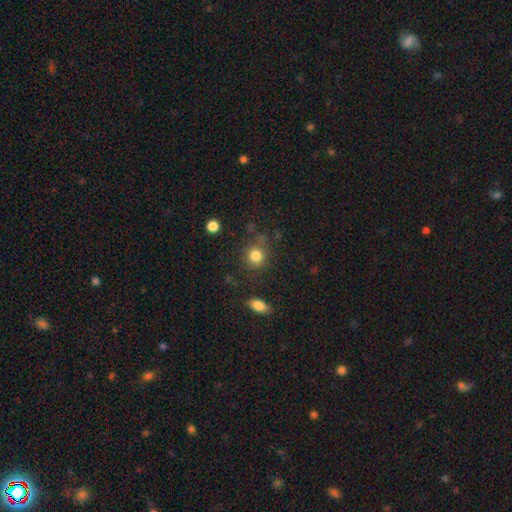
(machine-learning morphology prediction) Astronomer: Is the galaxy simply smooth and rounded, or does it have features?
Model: smooth — 82%.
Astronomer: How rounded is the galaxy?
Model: round — 86%.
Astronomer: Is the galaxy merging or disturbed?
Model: none — 75%.